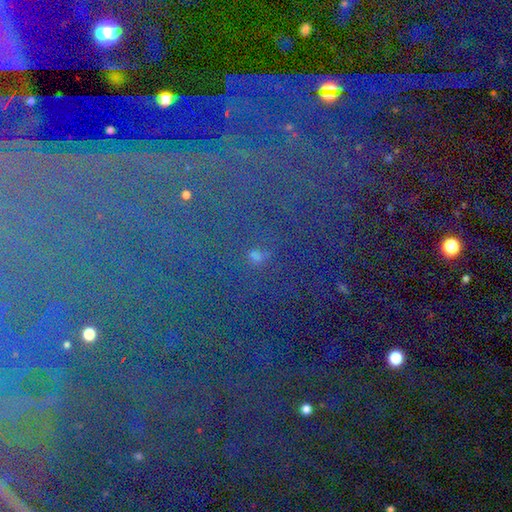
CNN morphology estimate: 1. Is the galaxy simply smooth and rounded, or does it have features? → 75% star or artifact, 16% smooth, 9% featured or disk.